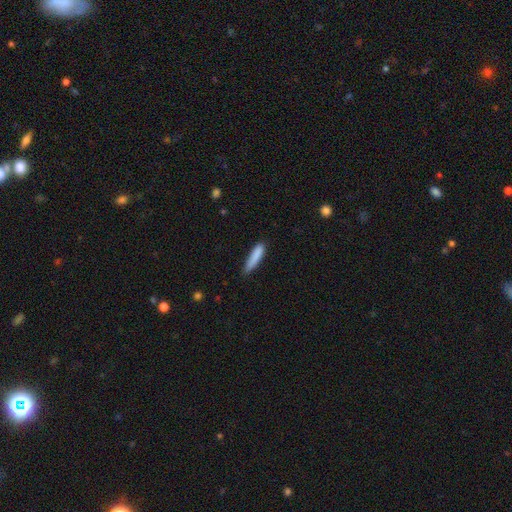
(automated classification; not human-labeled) Overall: smooth (85%). How rounded: cigar-shaped (84%). Merging: none (72%).